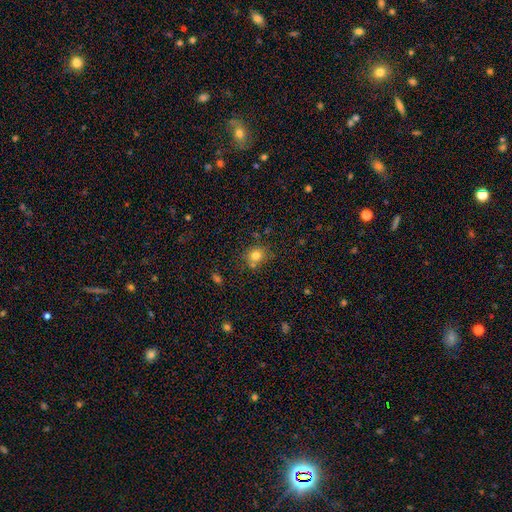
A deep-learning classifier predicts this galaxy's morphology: smooth-or-featured: smooth: 79% | star or artifact: 13% | featured or disk: 8%
  how-rounded: round: 78% | in between: 21% | cigar-shaped: 1%
  merging: none: 69% | merger: 14% | minor disturbance: 13% | major disturbance: 4%